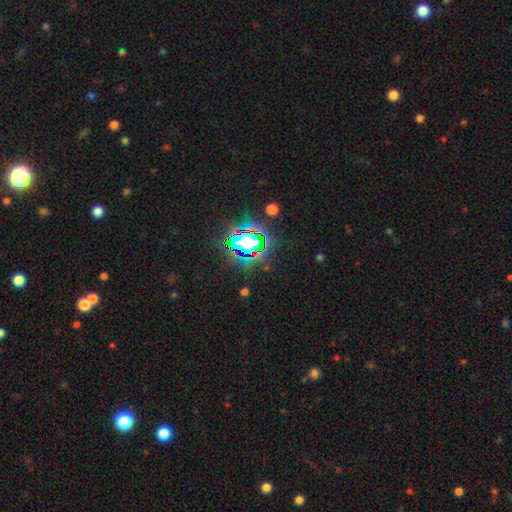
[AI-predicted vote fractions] The model was most divided on "smooth or featured": star or artifact: 82%, smooth: 11%, featured or disk: 7%.